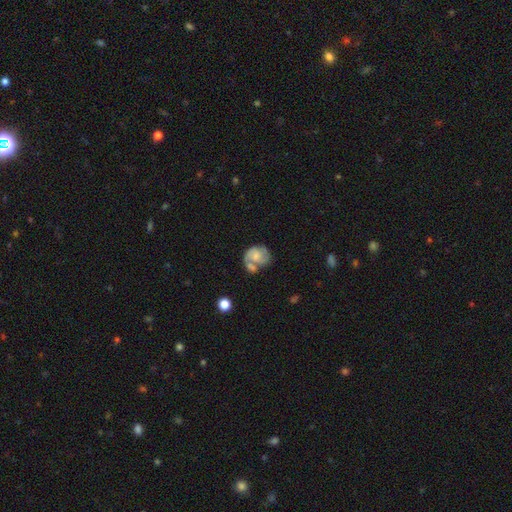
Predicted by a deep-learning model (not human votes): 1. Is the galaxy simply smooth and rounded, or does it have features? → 65% featured or disk, 28% smooth, 7% star or artifact.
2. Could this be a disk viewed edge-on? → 98% no, 2% yes.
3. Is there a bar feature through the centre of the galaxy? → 70% no, 26% weak, 4% strong.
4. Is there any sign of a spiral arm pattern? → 86% yes, 14% no.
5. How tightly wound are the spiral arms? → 43% medium, 40% tight, 16% loose.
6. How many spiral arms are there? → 60% 2, 16% can't tell, 13% 3, 7% 1, 2% 4, 2% more than 4.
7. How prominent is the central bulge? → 35% small (tied), 35% moderate (tied), 19% none, 9% large, 2% dominant.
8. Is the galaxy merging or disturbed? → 37% none, 32% merger, 19% minor disturbance, 13% major disturbance.